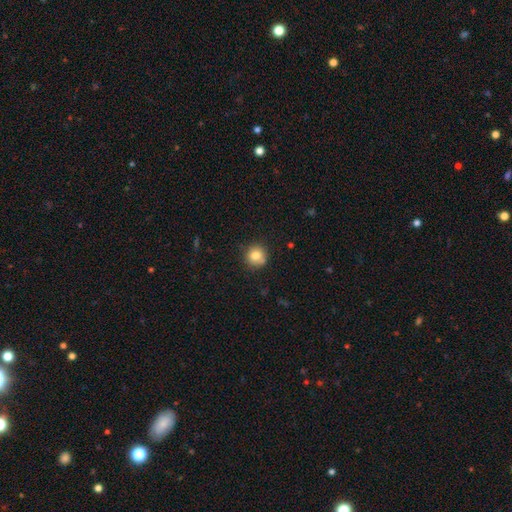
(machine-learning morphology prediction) This appears to be a smooth galaxy with no disk features (80%) that is round (92%). Merging: none (79%).